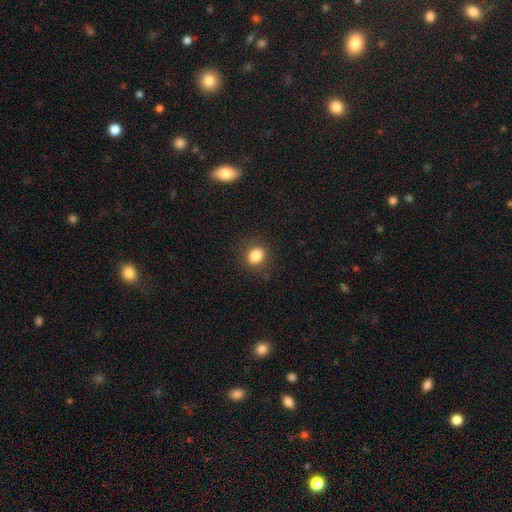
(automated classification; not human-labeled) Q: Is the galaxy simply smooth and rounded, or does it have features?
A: smooth — 84%.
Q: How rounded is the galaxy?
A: round — 62%.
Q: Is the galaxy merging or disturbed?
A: none — 86%.